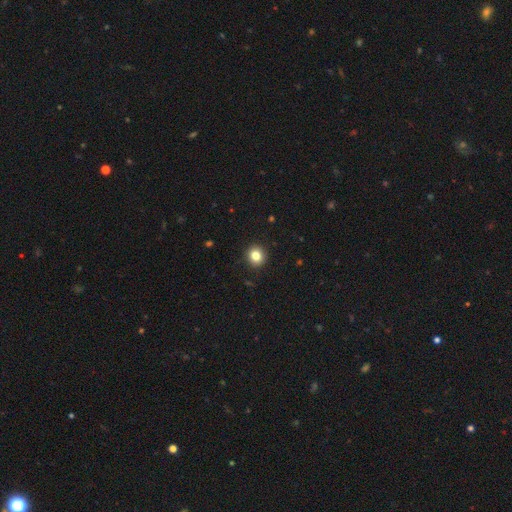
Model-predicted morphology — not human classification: Smooth or featured? smooth (83%)
How rounded? round (85%)
Merging? none (92%)